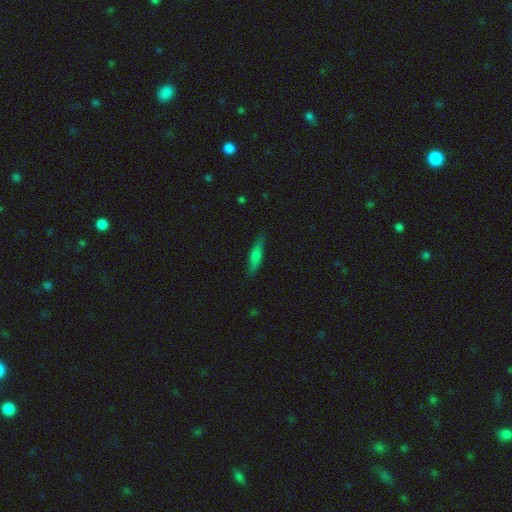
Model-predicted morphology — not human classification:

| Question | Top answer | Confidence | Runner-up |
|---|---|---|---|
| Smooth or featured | smooth | 57% | featured or disk (35%) |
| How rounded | cigar-shaped | 80% | in between (17%) |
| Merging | none | 87% | minor disturbance (10%) |